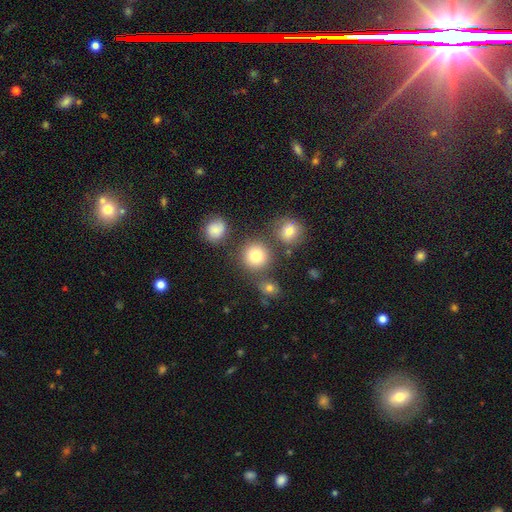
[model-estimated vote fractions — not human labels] A smooth galaxy with no disk features (80%) that is round (92%). Merging: none (77%).